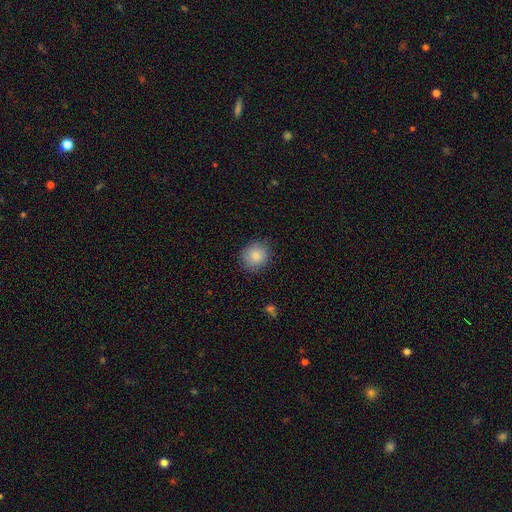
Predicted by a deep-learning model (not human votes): smooth_or_featured: smooth (p=0.86) [alt: star or artifact p=0.08]
how_rounded: round (p=0.87) [alt: in between p=0.12]
merging: none (p=0.86) [alt: minor disturbance p=0.10]